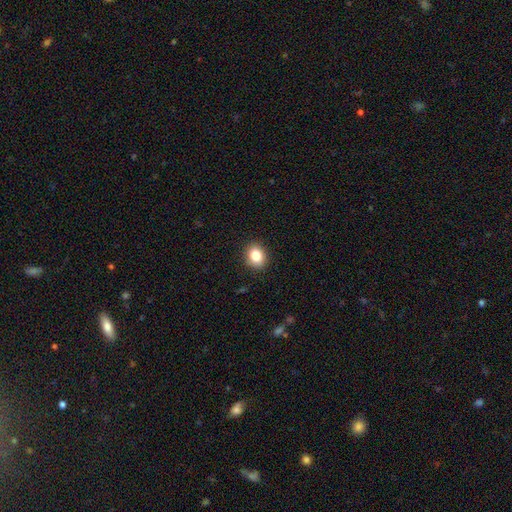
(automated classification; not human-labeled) smooth-or-featured: smooth: 84% | star or artifact: 10% | featured or disk: 7%
  how-rounded: round: 56% | in between: 43% | cigar-shaped: 1%
  merging: none: 90% | minor disturbance: 7% | major disturbance: 2% | merger: 1%